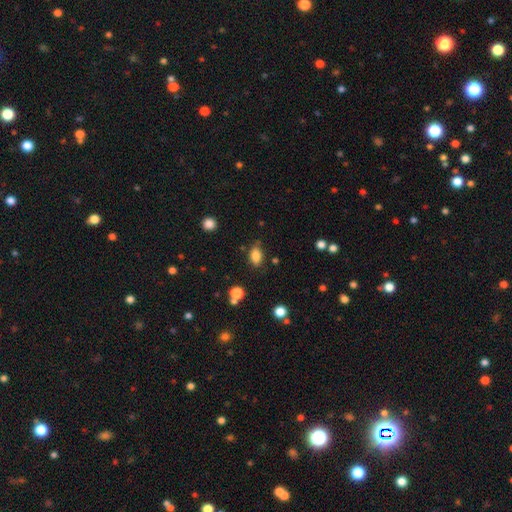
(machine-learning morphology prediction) Smooth or featured? Predicted: smooth (p=0.84). How rounded? Predicted: in between (p=0.87). Merging? Predicted: none (p=0.75).